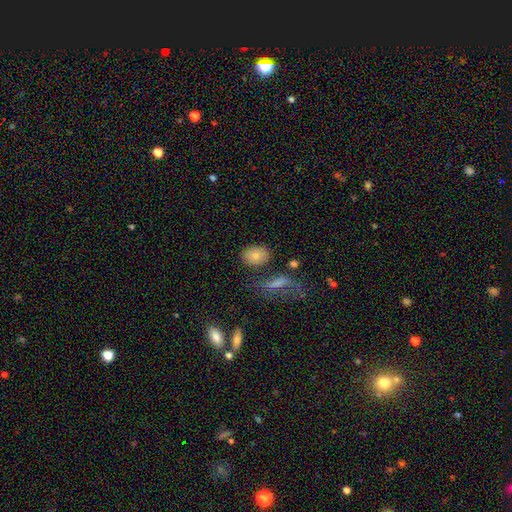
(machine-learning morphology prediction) A smooth galaxy with no disk features (76%) that is in between round and cigar-shaped (70%). Merging: none (72%).